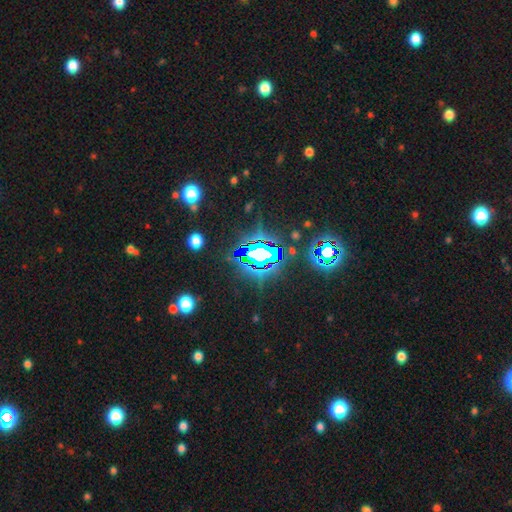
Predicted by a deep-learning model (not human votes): Smooth or featured? Predicted: star or artifact (p=0.80).